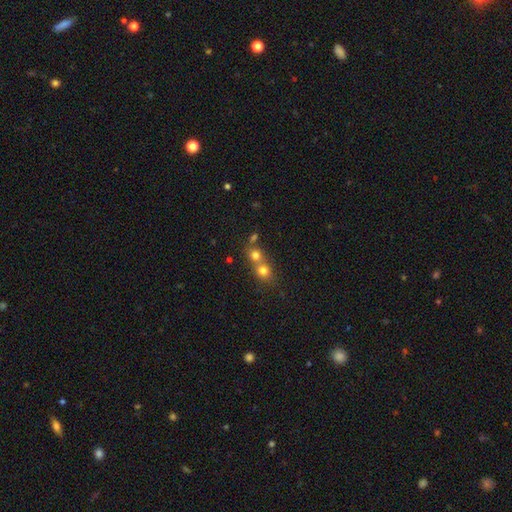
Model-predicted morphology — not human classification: smooth-or-featured: smooth: 69% | star or artifact: 17% | featured or disk: 14%
  how-rounded: round: 81% | in between: 18% | cigar-shaped: 2%
  merging: merger: 60% | none: 33% | minor disturbance: 5% | major disturbance: 2%